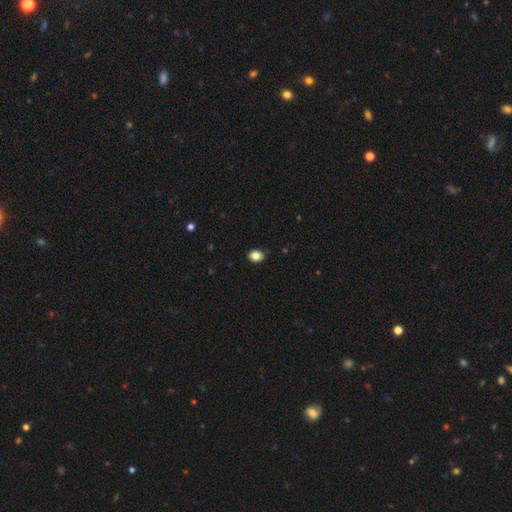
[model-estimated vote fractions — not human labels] smooth-or-featured: smooth: 86% | star or artifact: 9% | featured or disk: 5%
  how-rounded: in between: 59% | round: 40% | cigar-shaped: 1%
  merging: none: 86% | minor disturbance: 11% | major disturbance: 2% | merger: 1%